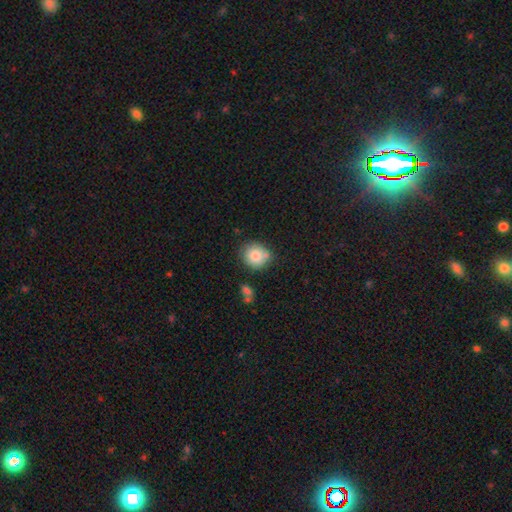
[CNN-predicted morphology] The model was most divided on "merging": none: 71%, minor disturbance: 17%, merger: 9%, major disturbance: 4%. More confident: how rounded — round (84%); smooth or featured — smooth (82%).